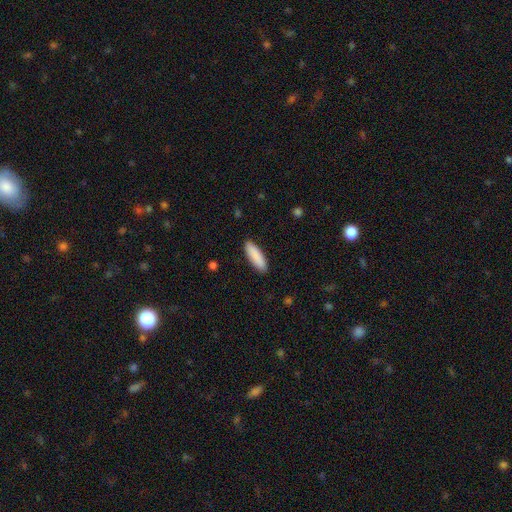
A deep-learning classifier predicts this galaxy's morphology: smooth_or_featured: smooth (p=0.89) [alt: star or artifact p=0.06]
how_rounded: cigar-shaped (p=0.55) [alt: in between p=0.44]
merging: none (p=0.90) [alt: minor disturbance p=0.07]